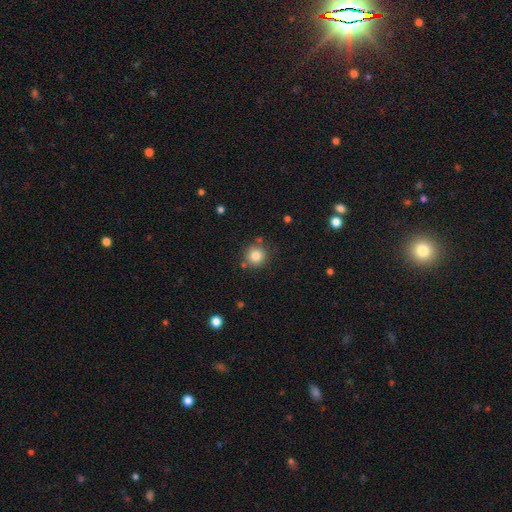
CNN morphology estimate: smooth-or-featured: smooth: 84% | star or artifact: 10% | featured or disk: 6%
  how-rounded: round: 92% | in between: 7% | cigar-shaped: 1%
  merging: none: 81% | minor disturbance: 10% | merger: 6% | major disturbance: 3%